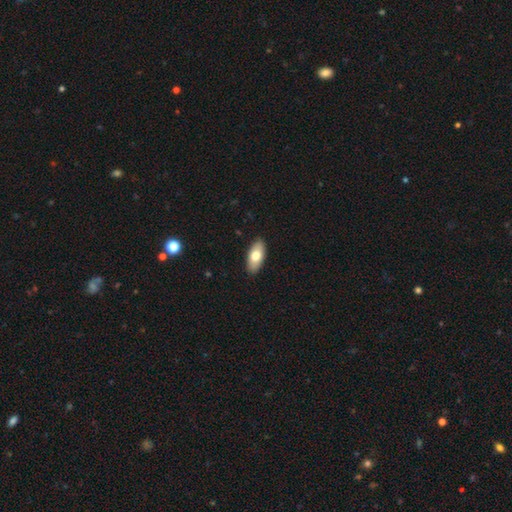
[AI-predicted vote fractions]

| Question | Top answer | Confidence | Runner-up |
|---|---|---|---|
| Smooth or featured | smooth | 72% | featured or disk (22%) |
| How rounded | in between | 90% | cigar-shaped (8%) |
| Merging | none | 90% | minor disturbance (8%) |